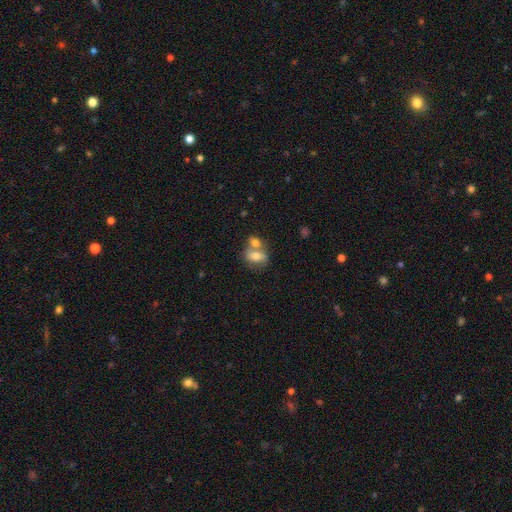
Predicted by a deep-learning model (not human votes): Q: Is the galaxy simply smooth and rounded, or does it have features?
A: smooth — 67%.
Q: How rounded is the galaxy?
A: in between — 71%.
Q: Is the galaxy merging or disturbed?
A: merger — 52%.